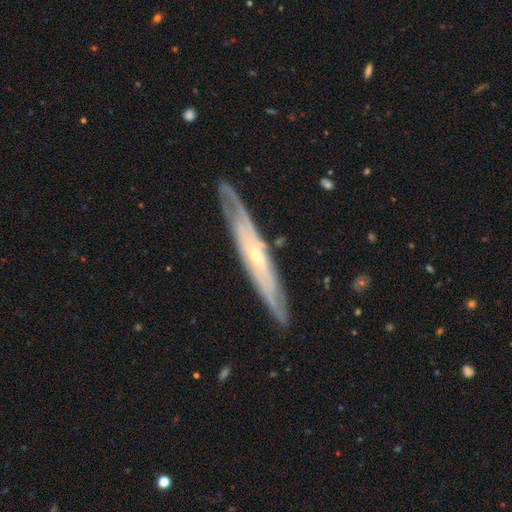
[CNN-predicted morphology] This appears to be a featured or disk galaxy (78%) viewed edge-on (61%). Merging: none (82%).